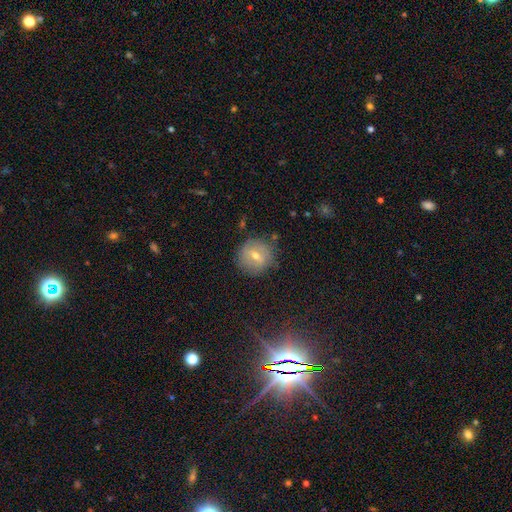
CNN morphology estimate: Smooth or featured?
  - featured or disk: 42% *
  - smooth: 38%
  - star or artifact: 20%
Merging?
  - none: 82% *
  - minor disturbance: 12%
  - major disturbance: 4%
  - merger: 2%